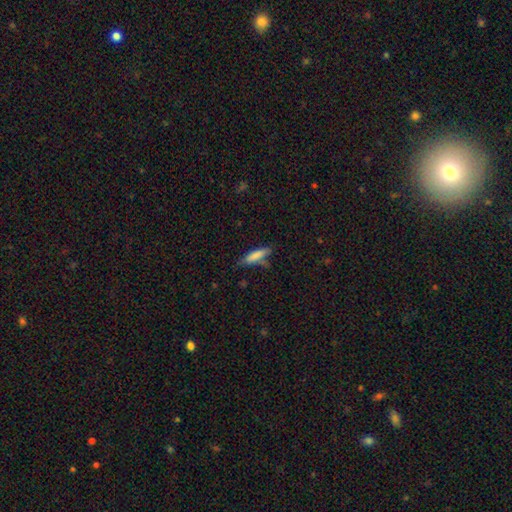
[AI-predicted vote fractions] Smooth or featured? smooth (79%)
How rounded? cigar-shaped (73%)
Merging? none (64%)